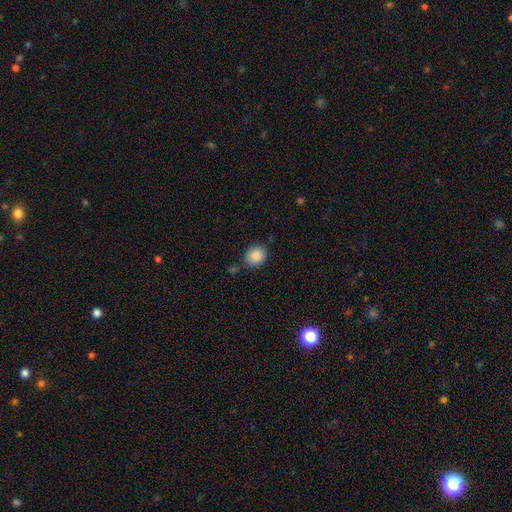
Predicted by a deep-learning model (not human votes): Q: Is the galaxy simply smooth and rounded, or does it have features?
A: smooth — 87%.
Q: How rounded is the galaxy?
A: round — 71%.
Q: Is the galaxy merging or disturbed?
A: none — 81%.